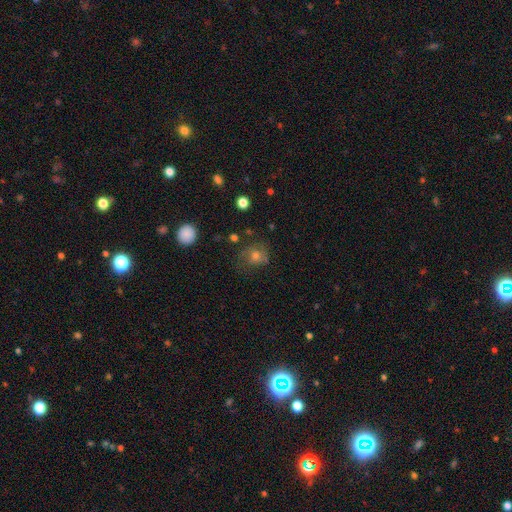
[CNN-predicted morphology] This appears to be a smooth galaxy with no disk features (51%) that is round (71%). Merging: none (57%).